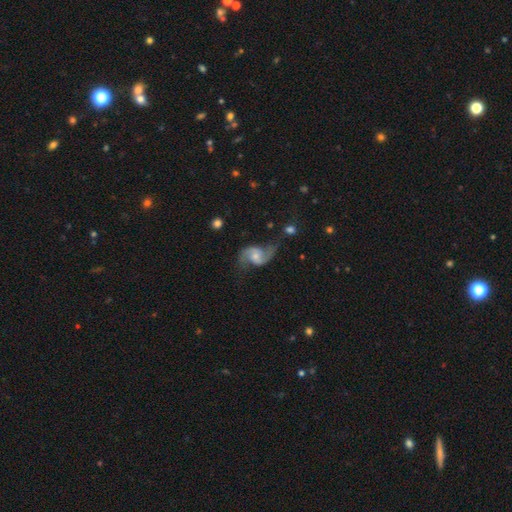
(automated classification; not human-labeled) smooth-or-featured: featured or disk: 86% | smooth: 8% | star or artifact: 6%
  disk-edge-on: no: 98% | yes: 2%
    bar: no: 58% | weak: 35% | strong: 7%
    has-spiral-arms: yes: 96% | no: 4%
      spiral-winding: loose: 60% | medium: 33% | tight: 7%
      spiral-arm-count: 2: 93% | can't tell: 2% | 1: 2% | 3: 1% | 4: 1% | more than 4: 1%
    bulge-size: small: 45% | moderate: 38% | none: 10% | large: 5% | dominant: 1%
  merging: none: 61% | minor disturbance: 20% | major disturbance: 14% | merger: 5%